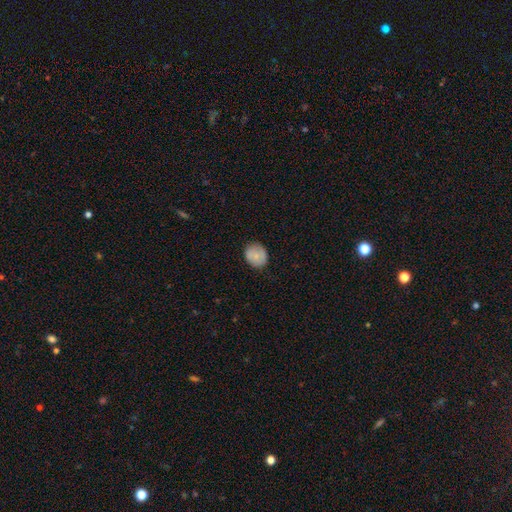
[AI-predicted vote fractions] Morphology: type=smooth (77%); roundness=round (69%); merging=none (81%).